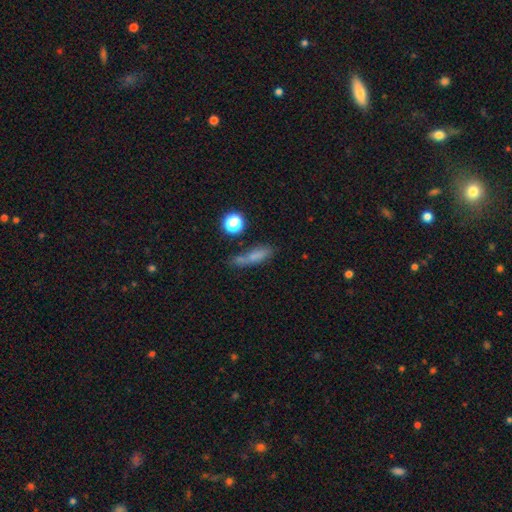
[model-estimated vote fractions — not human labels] A smooth galaxy with no disk features (69%) that is cigar-shaped (50%). Merging: none (53%).